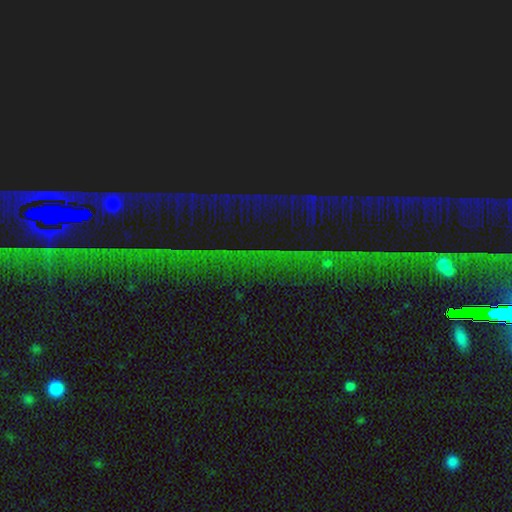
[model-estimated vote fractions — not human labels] Smooth or featured: star or artifact — 86% (featured or disk — 8%)